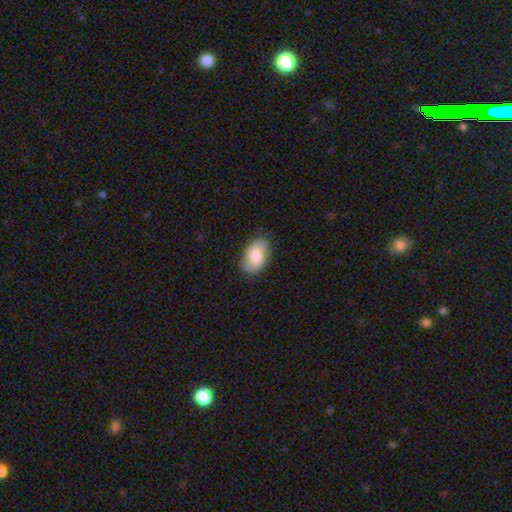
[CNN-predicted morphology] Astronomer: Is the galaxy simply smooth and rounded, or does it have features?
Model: smooth — 78%.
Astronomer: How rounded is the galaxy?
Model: in between — 93%.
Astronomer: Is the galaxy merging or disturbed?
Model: none — 80%.